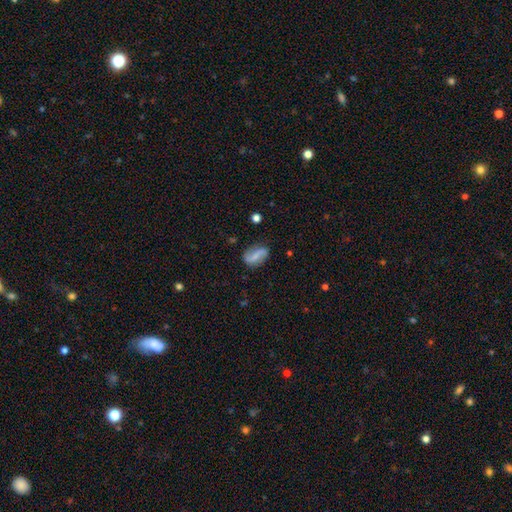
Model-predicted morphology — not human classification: Q: Smooth or featured?
A: featured or disk (60%); runner-up: smooth (32%)
Q: Edge-on disk?
A: no (96%); runner-up: yes (4%)
Q: Bar?
A: strong (37%); runner-up: weak (36%)
Q: Spiral arms?
A: yes (87%); runner-up: no (13%)
Q: Spiral winding?
A: loose (73%); runner-up: medium (19%)
Q: Spiral arm count?
A: 2 (90%); runner-up: can't tell (4%)
Q: Bulge size?
A: small (45%); runner-up: none (34%)
Q: Merging?
A: none (77%); runner-up: minor disturbance (16%)